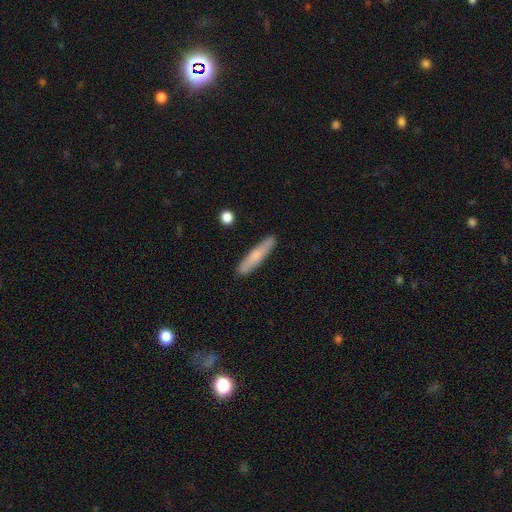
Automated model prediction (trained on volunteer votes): Smooth or featured: smooth — 70% (featured or disk — 24%)
How rounded: cigar-shaped — 90% (in between — 9%)
Merging: none — 88% (minor disturbance — 9%)